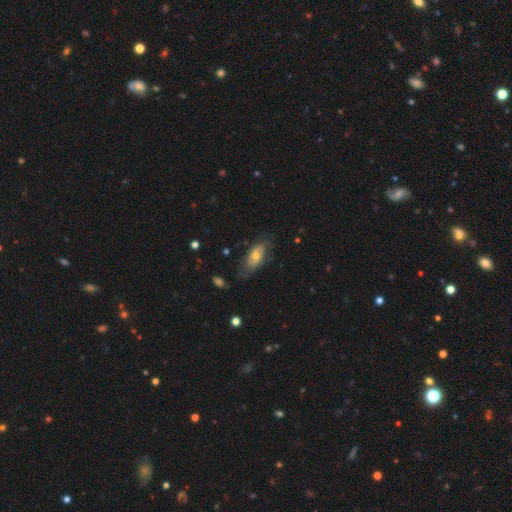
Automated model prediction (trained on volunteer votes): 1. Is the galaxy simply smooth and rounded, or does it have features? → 49% featured or disk, 44% smooth, 8% star or artifact.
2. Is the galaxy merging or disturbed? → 59% none, 27% minor disturbance, 12% major disturbance, 2% merger.